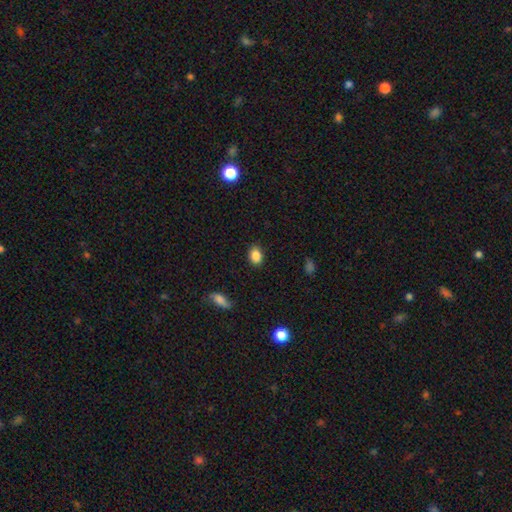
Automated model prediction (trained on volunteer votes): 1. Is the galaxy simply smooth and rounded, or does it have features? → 86% smooth, 9% star or artifact, 5% featured or disk.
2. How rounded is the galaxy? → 75% in between, 24% round, 1% cigar-shaped.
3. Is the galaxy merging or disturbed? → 86% none, 10% minor disturbance, 2% major disturbance, 1% merger.